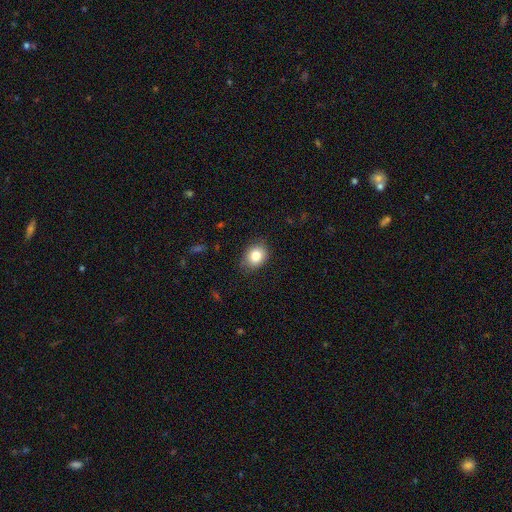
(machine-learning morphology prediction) smooth_or_featured: smooth (p=0.83) [alt: star or artifact p=0.09]
how_rounded: round (p=0.53) [alt: in between p=0.46]
merging: none (p=0.82) [alt: minor disturbance p=0.15]